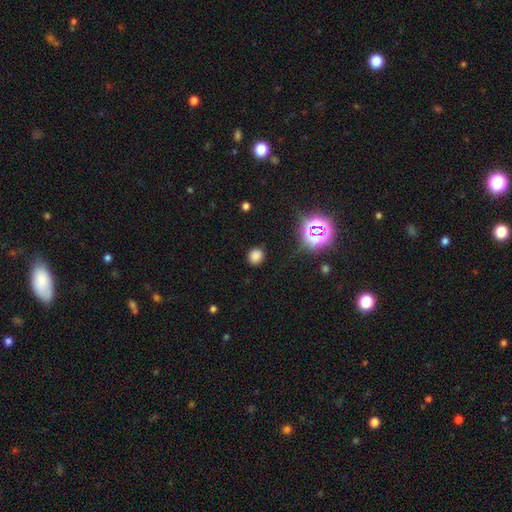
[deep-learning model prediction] Q: Smooth or featured?
A: smooth (75%); runner-up: star or artifact (20%)
Q: How rounded?
A: round (82%); runner-up: in between (17%)
Q: Merging?
A: none (87%); runner-up: minor disturbance (8%)